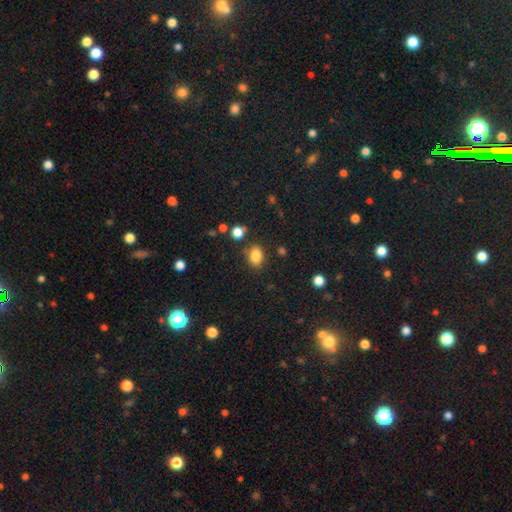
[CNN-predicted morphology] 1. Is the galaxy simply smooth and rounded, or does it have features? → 84% smooth, 11% star or artifact, 5% featured or disk.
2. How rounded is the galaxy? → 69% in between, 29% round, 1% cigar-shaped.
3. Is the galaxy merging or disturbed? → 79% none, 12% minor disturbance, 5% merger, 4% major disturbance.